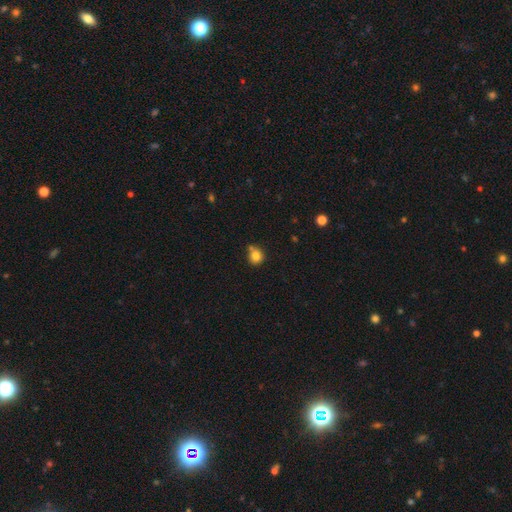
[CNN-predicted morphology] smooth-or-featured: smooth: 81% | star or artifact: 11% | featured or disk: 8%
  how-rounded: round: 81% | in between: 18% | cigar-shaped: 1%
  merging: none: 57% | minor disturbance: 24% | merger: 13% | major disturbance: 6%